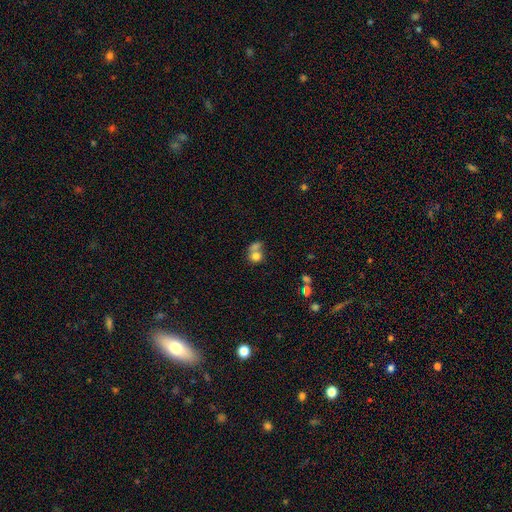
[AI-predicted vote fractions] The model was most divided on "merging": merger: 57%, none: 27%, minor disturbance: 8%, major disturbance: 7%. More confident: smooth or featured — smooth (74%); how rounded — round (71%).